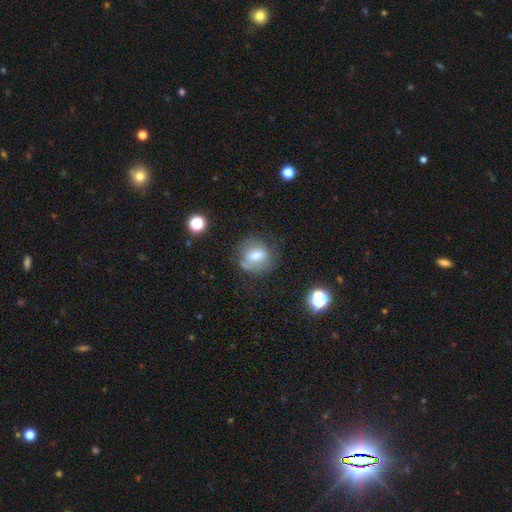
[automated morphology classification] Q: Smooth or featured?
A: smooth (65%); runner-up: featured or disk (23%)
Q: How rounded?
A: round (63%); runner-up: in between (35%)
Q: Merging?
A: none (64%); runner-up: minor disturbance (22%)